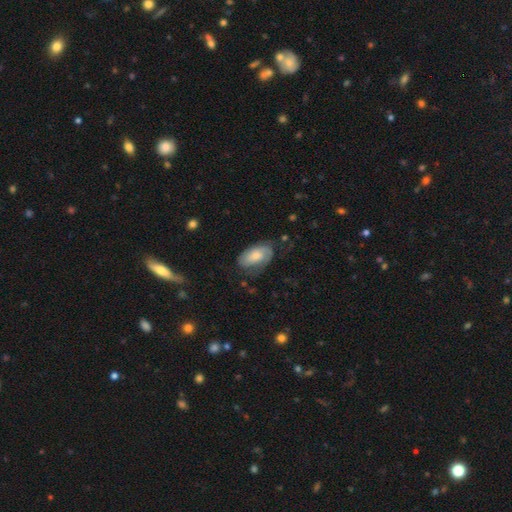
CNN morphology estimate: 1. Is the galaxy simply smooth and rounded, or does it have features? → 54% smooth, 40% featured or disk, 7% star or artifact.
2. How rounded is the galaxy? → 93% in between, 5% round, 3% cigar-shaped.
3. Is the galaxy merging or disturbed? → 58% none, 27% minor disturbance, 13% major disturbance, 2% merger.